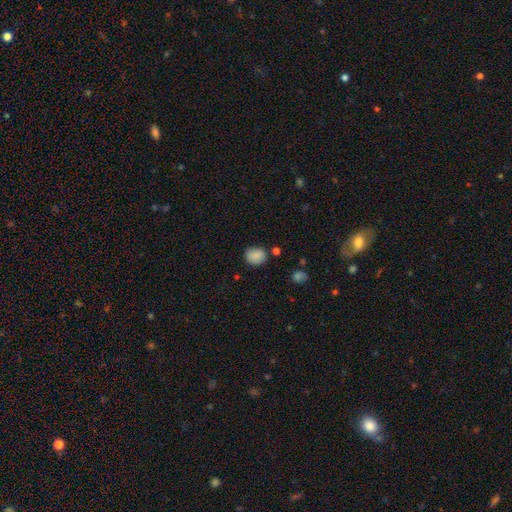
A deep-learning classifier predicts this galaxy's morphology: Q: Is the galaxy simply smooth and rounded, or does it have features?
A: smooth — 86%.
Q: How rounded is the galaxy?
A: round — 58%.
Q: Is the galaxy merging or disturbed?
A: none — 76%.